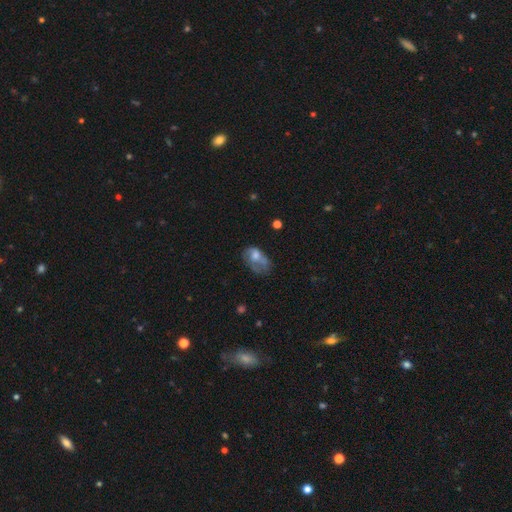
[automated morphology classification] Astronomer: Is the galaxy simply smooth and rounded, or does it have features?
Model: smooth — 50% (runner-up: featured or disk, 39%).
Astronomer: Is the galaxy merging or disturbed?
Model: major disturbance — 37% (runner-up: minor disturbance, 28%).